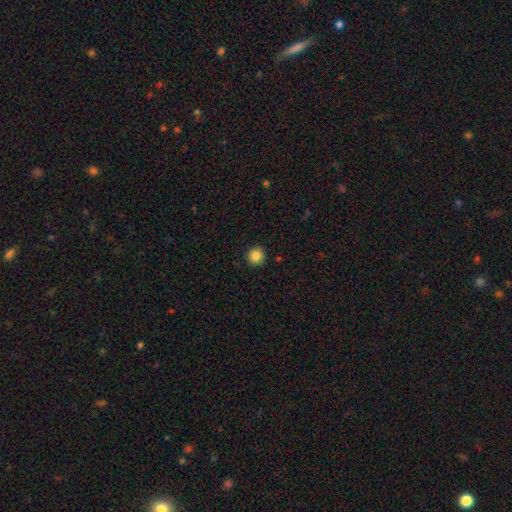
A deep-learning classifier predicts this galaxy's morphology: Smooth or featured? smooth (86%)
How rounded? round (94%)
Merging? none (92%)